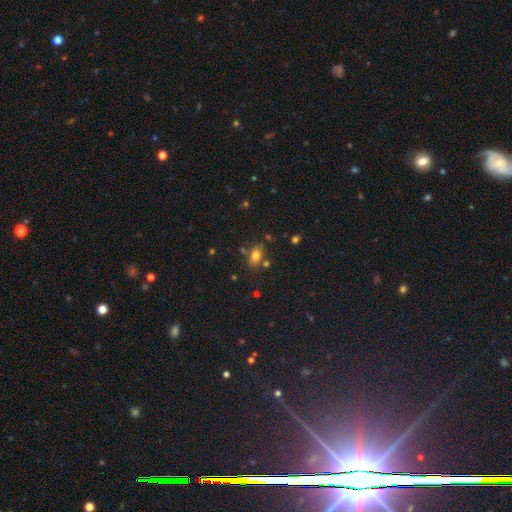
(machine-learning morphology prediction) smooth 74%, star or artifact 15%, featured or disk 11%. Down the decision tree: how rounded — in between (72%); merging — none (71%).